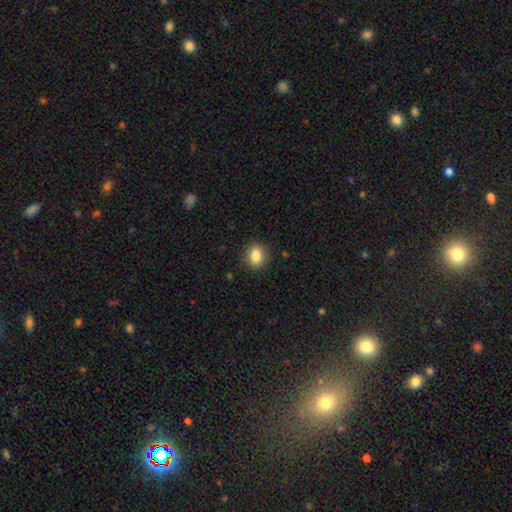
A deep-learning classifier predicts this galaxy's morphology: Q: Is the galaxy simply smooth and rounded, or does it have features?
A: smooth — 85%.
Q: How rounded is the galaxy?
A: round — 55%.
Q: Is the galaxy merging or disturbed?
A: none — 88%.